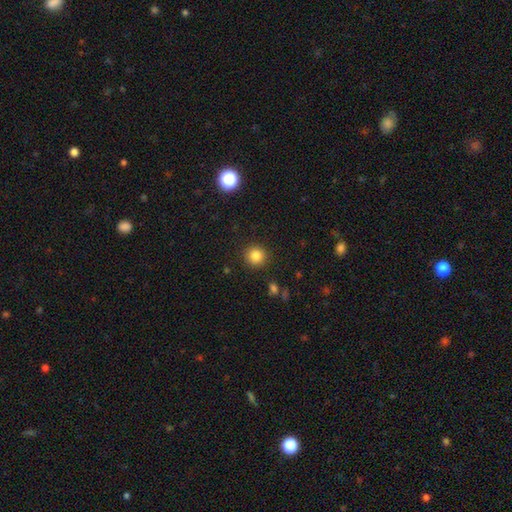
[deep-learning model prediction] The model was most divided on "smooth or featured": smooth: 83%, star or artifact: 11%, featured or disk: 5%. More confident: how rounded — round (94%); merging — none (91%).